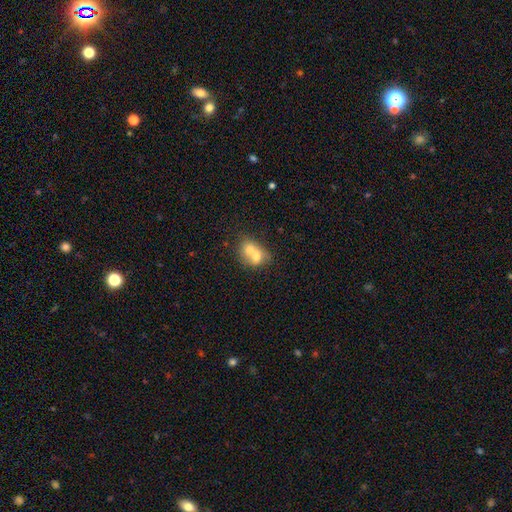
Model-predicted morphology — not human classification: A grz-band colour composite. It shows a smooth galaxy with no disk features (65%) that is round (52%). Merging: merger (70%).